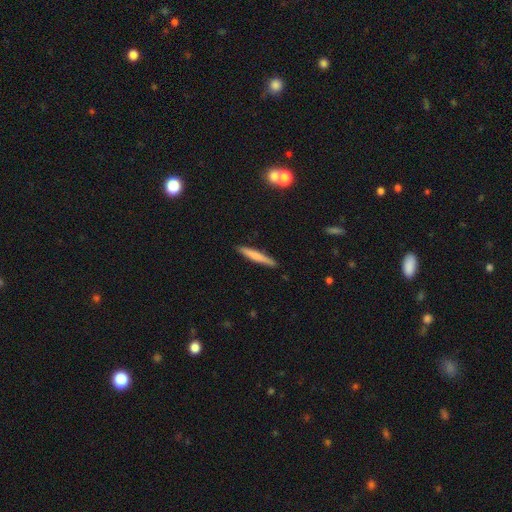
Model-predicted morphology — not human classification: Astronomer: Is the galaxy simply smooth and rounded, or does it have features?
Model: smooth — 65%.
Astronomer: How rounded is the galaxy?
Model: cigar-shaped — 95%.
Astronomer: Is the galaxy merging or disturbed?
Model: none — 90%.